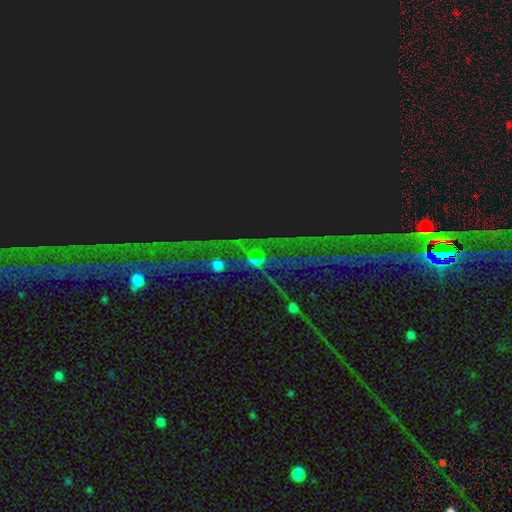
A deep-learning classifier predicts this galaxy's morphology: Overall: star or artifact (75%).